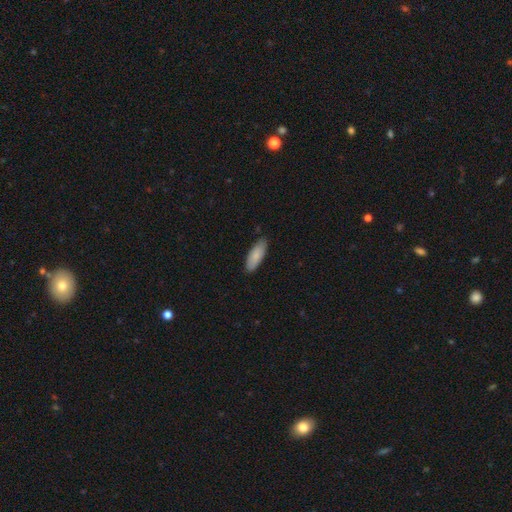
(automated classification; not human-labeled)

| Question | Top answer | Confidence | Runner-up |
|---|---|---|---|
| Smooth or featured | smooth | 83% | featured or disk (11%) |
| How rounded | in between | 72% | cigar-shaped (26%) |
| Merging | none | 80% | minor disturbance (17%) |